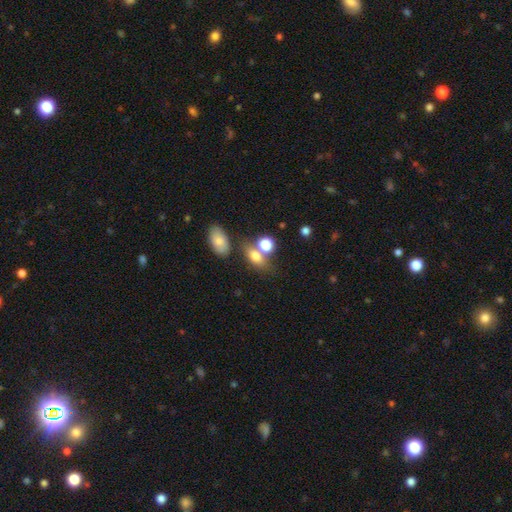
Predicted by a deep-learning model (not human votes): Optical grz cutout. It shows a smooth galaxy with no disk features (76%) that is in between round and cigar-shaped (68%). Merging: none (48%).